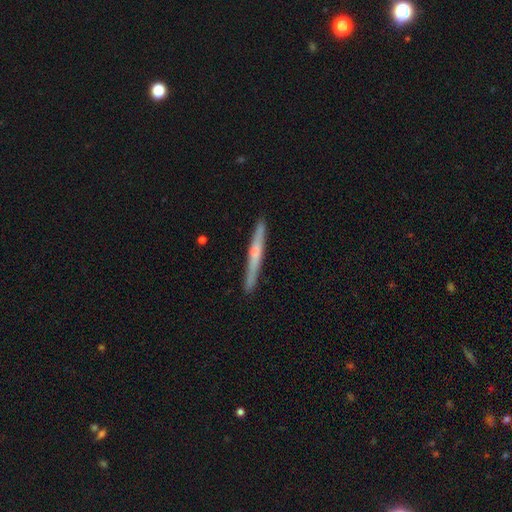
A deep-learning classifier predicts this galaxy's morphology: Smooth or featured: featured or disk — 67% (smooth — 27%)
Edge-on disk: yes — 96% (no — 4%)
Edge-on bulge: rounded — 74% (none — 23%)
Merging: none — 90% (minor disturbance — 8%)